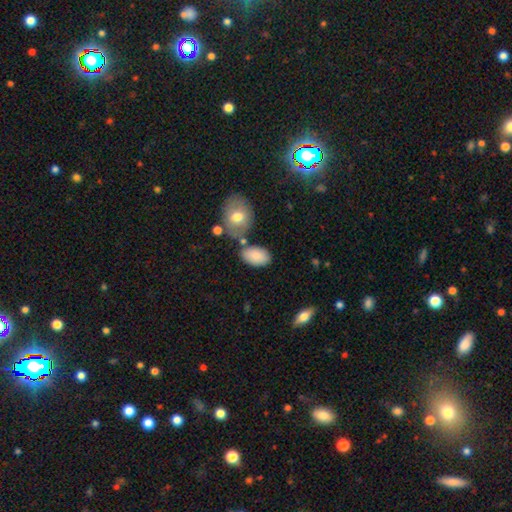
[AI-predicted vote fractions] A smooth galaxy with no disk features (85%) that is in between round and cigar-shaped (93%).

Vote fractions:
- Smooth or featured? smooth: 85% / featured or disk: 8% / star or artifact: 7%
- How rounded? in between: 93% / round: 6% / cigar-shaped: 1%
- Merging? none: 68% / minor disturbance: 17% / merger: 11% / major disturbance: 4%